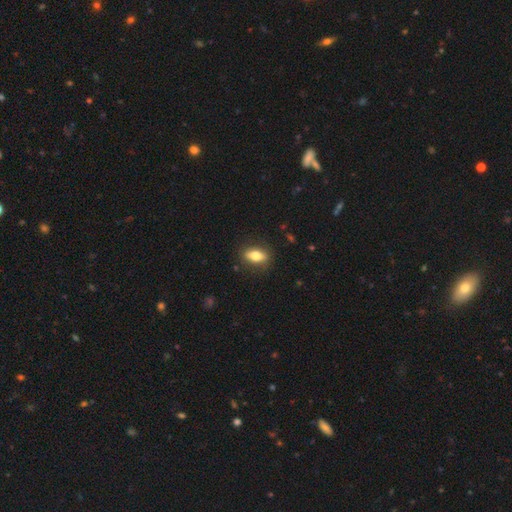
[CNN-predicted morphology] A smooth galaxy with no disk features (72%) that is in between round and cigar-shaped (78%).

Vote fractions:
- Smooth or featured? smooth: 72% / featured or disk: 21% / star or artifact: 7%
- How rounded? in between: 78% / cigar-shaped: 13% / round: 9%
- Merging? none: 86% / minor disturbance: 10% / major disturbance: 3% / merger: 1%